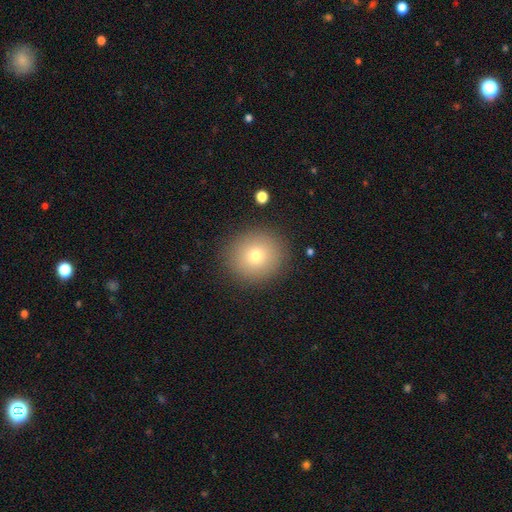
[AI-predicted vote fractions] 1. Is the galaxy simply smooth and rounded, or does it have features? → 75% smooth, 13% star or artifact, 12% featured or disk.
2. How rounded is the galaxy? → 87% round, 12% in between, 1% cigar-shaped.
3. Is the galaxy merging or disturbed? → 89% none, 7% minor disturbance, 3% major disturbance, 1% merger.